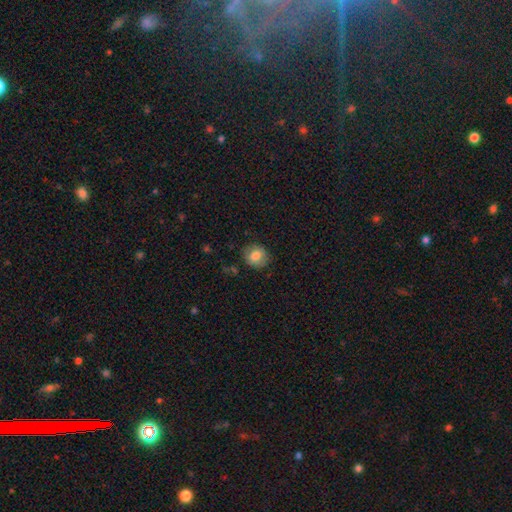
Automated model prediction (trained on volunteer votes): Smooth or featured?
  - smooth: 77% *
  - featured or disk: 14%
  - star or artifact: 9%
How rounded?
  - round: 70% *
  - in between: 29%
  - cigar-shaped: 1%
Merging?
  - none: 81% *
  - minor disturbance: 14%
  - major disturbance: 4%
  - merger: 1%